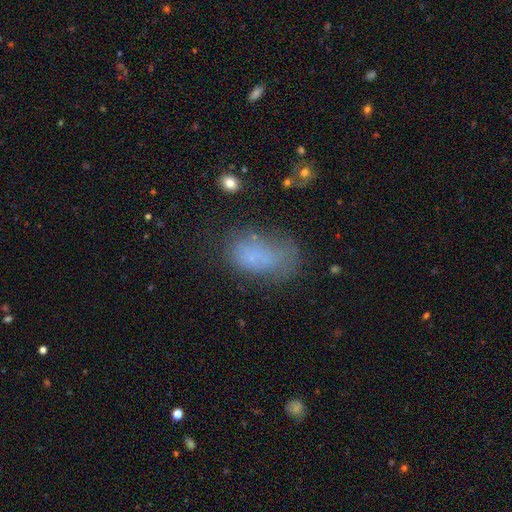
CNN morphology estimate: The model was most divided on "merging": none: 35%, major disturbance: 30%, minor disturbance: 27%, merger: 8%. More confident: how rounded — in between (89%); smooth or featured — smooth (63%).